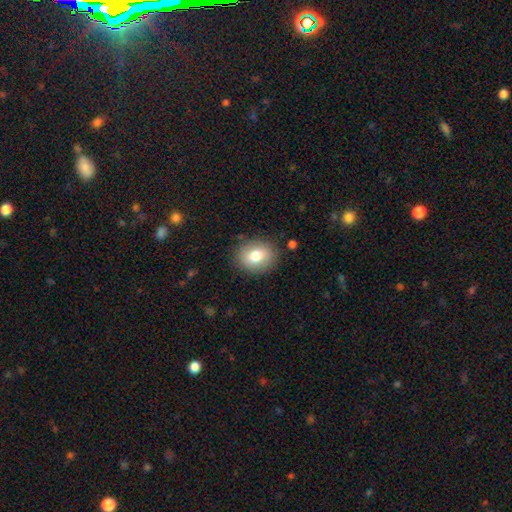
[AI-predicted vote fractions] The model was most divided on "how rounded": round: 57%, in between: 42%, cigar-shaped: 1%. More confident: merging — none (85%); smooth or featured — smooth (77%).